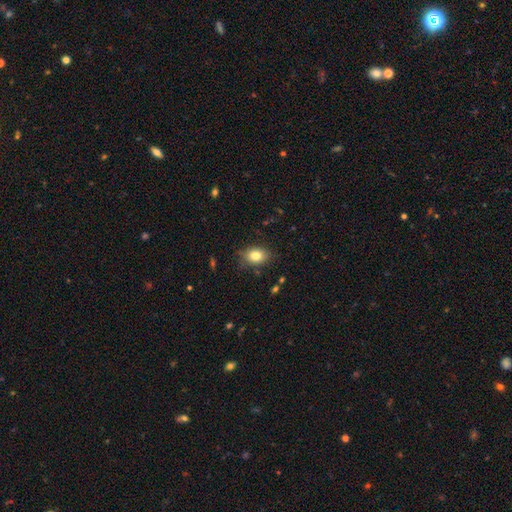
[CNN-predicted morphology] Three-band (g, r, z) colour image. It shows a smooth galaxy with no disk features (81%) that is in between round and cigar-shaped (74%). Merging: none (79%).